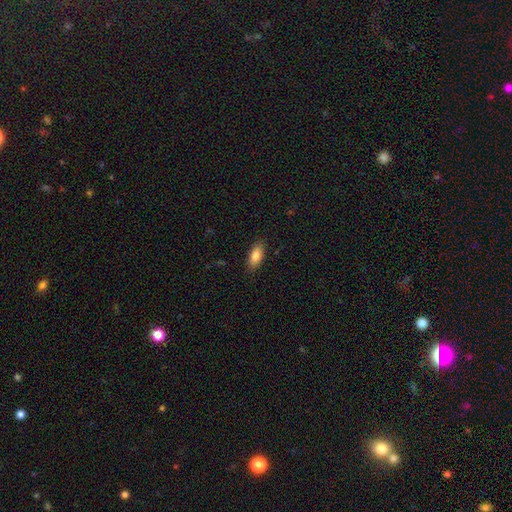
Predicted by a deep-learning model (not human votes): The model was most divided on "how rounded": in between: 84%, cigar-shaped: 13%, round: 2%. More confident: merging — none (87%); smooth or featured — smooth (85%).